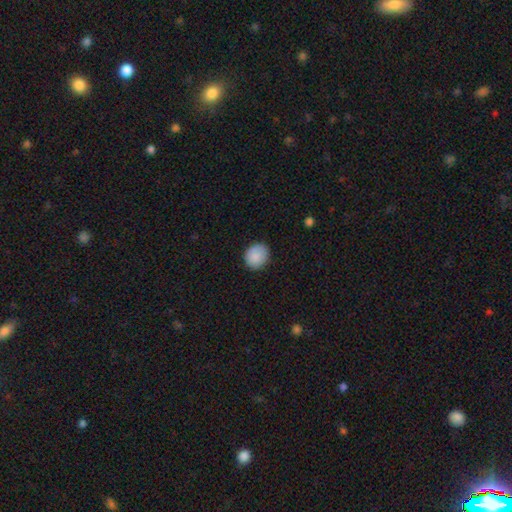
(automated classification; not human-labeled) smooth 88%, star or artifact 7%, featured or disk 4%. Down the decision tree: how rounded — round (74%); merging — none (85%).